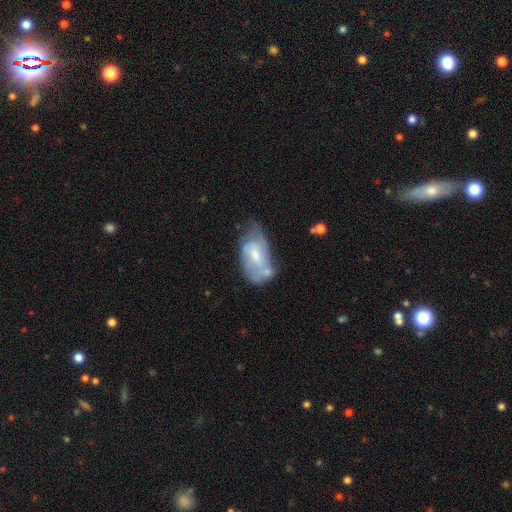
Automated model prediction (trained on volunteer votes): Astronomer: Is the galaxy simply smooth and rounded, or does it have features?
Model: featured or disk — 55% (runner-up: smooth, 38%).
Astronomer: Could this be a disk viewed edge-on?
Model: no — 94%.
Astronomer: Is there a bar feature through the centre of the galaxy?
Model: no — 49% (runner-up: weak, 43%).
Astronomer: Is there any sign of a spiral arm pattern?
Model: yes — 57% (runner-up: no, 43%).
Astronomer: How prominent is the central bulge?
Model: moderate — 48% (runner-up: small, 40%).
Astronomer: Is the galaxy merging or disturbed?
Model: none — 33% (runner-up: minor disturbance, 32%).